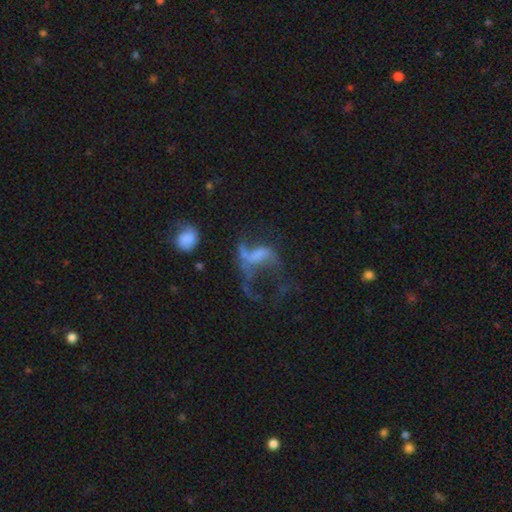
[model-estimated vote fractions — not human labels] Smooth or featured: featured or disk — 61% (smooth — 23%)
Edge-on disk: no — 96% (yes — 4%)
Bar: no — 60% (weak — 26%)
Spiral arms: yes — 51% (no — 49%)
Bulge size: none — 60% (small — 18%)
Merging: major disturbance — 53% (none — 22%)